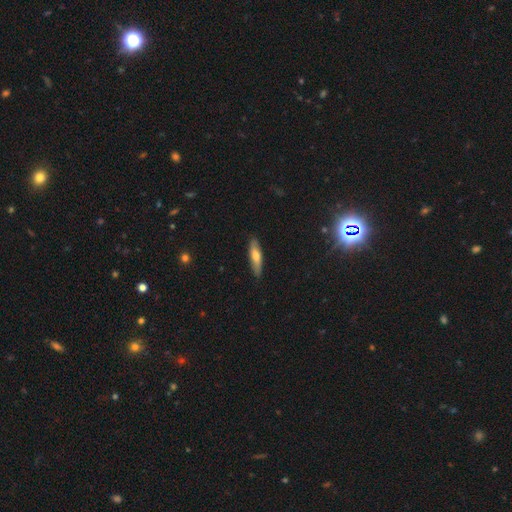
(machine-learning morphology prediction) A smooth galaxy with no disk features (62%) that is cigar-shaped (75%).

Vote fractions:
- Smooth or featured? smooth: 62% / featured or disk: 32% / star or artifact: 6%
- How rounded? cigar-shaped: 75% / in between: 23% / round: 2%
- Merging? none: 86% / minor disturbance: 11% / major disturbance: 2% / merger: 1%